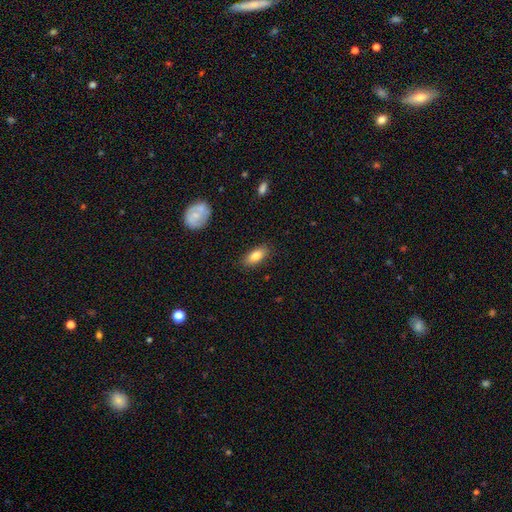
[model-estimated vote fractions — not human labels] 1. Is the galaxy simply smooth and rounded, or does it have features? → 82% smooth, 11% featured or disk, 7% star or artifact.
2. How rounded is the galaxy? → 86% in between, 11% cigar-shaped, 3% round.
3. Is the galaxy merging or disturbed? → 87% none, 10% minor disturbance, 2% major disturbance, 1% merger.